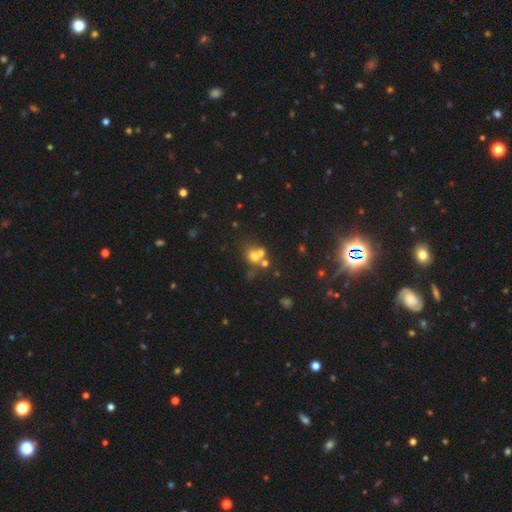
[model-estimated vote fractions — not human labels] The model was most divided on "merging": merger: 47%, none: 39%, minor disturbance: 9%, major disturbance: 5%. More confident: how rounded — round (77%); smooth or featured — smooth (58%).